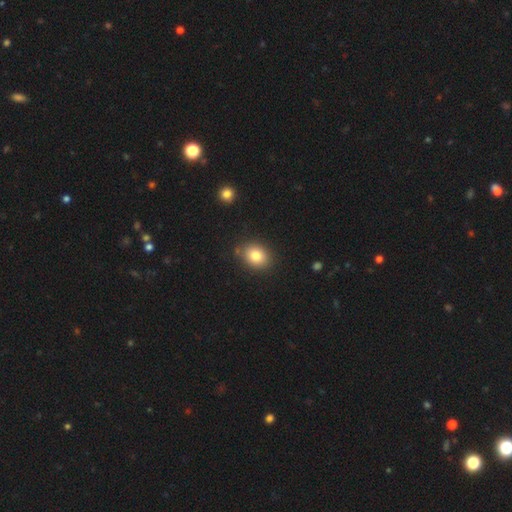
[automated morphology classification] type=smooth (82%); roundness=in between (56%); merging=none (84%).